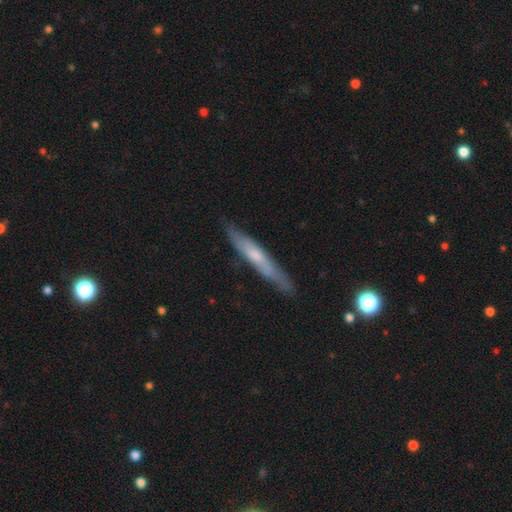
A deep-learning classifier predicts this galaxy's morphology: A featured or disk galaxy (51%) viewed edge-on (84%).

Vote fractions:
- Smooth or featured? featured or disk: 51% / smooth: 43% / star or artifact: 6%
- Edge-on disk? yes: 84% / no: 16%
- Merging? none: 82% / minor disturbance: 14% / major disturbance: 3% / merger: 1%